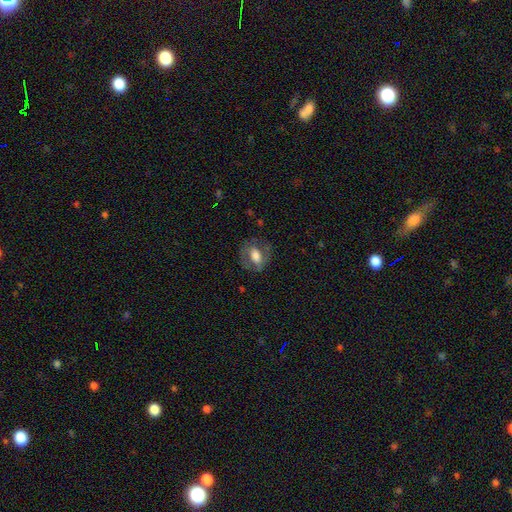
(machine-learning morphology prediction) Q: Smooth or featured?
A: smooth (54%); runner-up: featured or disk (38%)
Q: How rounded?
A: in between (73%); runner-up: round (24%)
Q: Merging?
A: none (69%); runner-up: minor disturbance (18%)